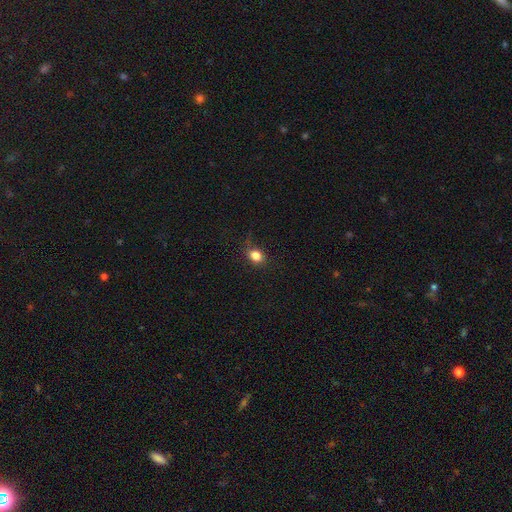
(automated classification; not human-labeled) A smooth galaxy with no disk features (84%) that is in between round and cigar-shaped (60%). Merging: none (76%).